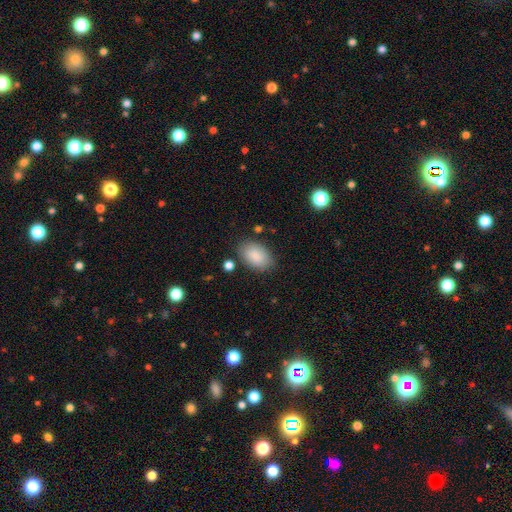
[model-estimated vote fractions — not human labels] smooth_or_featured: smooth (p=0.87) [alt: featured or disk p=0.07]
how_rounded: in between (p=0.93) [alt: round p=0.06]
merging: none (p=0.80) [alt: minor disturbance p=0.14]